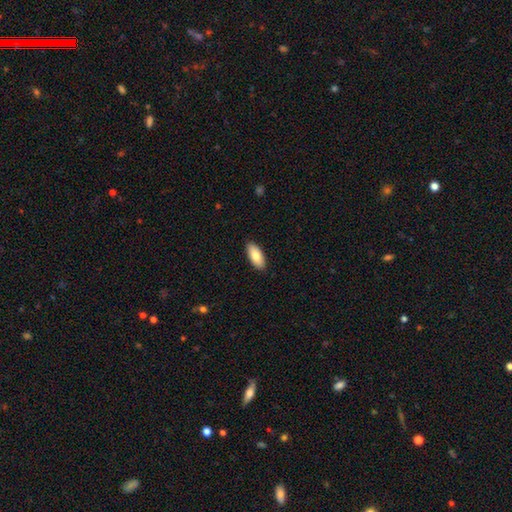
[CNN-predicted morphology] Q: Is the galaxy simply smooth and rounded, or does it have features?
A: smooth — 83%.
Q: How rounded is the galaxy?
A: in between — 87%.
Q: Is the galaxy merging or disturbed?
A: none — 90%.